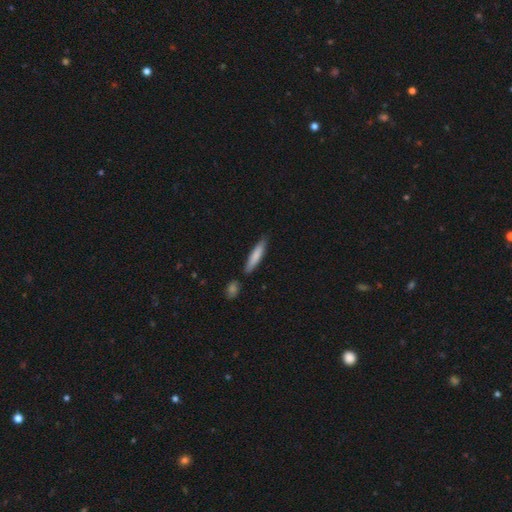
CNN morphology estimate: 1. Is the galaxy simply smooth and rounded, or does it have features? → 79% smooth, 16% featured or disk, 5% star or artifact.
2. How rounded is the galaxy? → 84% cigar-shaped, 14% in between, 1% round.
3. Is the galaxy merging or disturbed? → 81% none, 12% minor disturbance, 5% merger, 2% major disturbance.